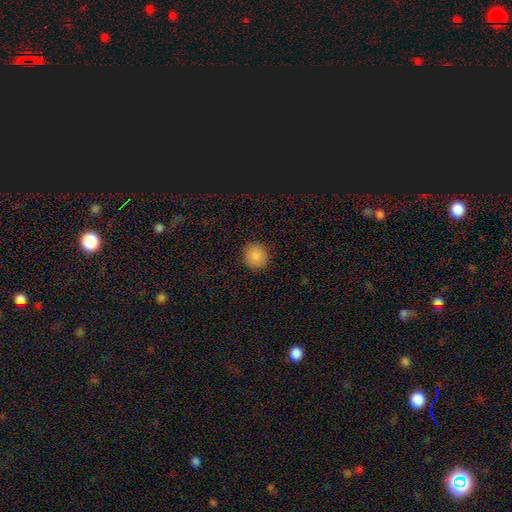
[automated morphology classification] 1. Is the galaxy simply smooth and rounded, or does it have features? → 87% smooth, 9% star or artifact, 4% featured or disk.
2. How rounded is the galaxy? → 87% round, 12% in between, 1% cigar-shaped.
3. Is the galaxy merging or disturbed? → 90% none, 7% minor disturbance, 2% major disturbance, 1% merger.